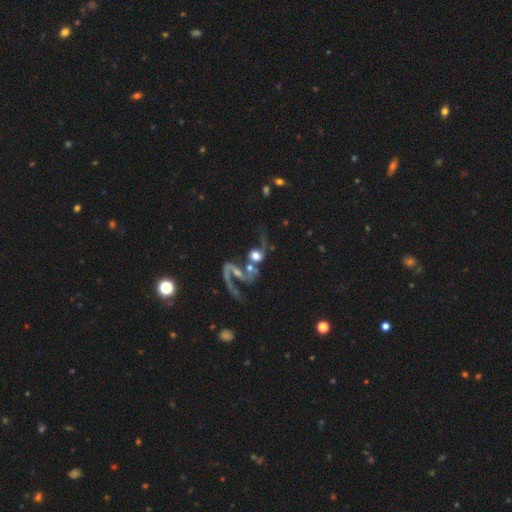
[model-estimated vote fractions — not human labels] The model was most divided on "bulge size": moderate: 38%, small: 23%, large: 21%, none: 13%, dominant: 6%. More confident: edge-on disk — no (95%); spiral arms — yes (72%); bar — no (66%); smooth or featured — featured or disk (55%); merging — merger (51%).